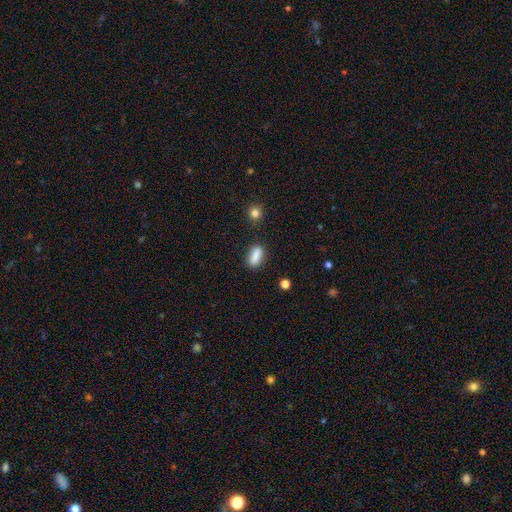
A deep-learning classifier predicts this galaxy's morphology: Smooth or featured?
  - smooth: 86% *
  - star or artifact: 8%
  - featured or disk: 6%
How rounded?
  - in between: 79% *
  - cigar-shaped: 15%
  - round: 5%
Merging?
  - none: 85% *
  - minor disturbance: 10%
  - major disturbance: 3%
  - merger: 2%